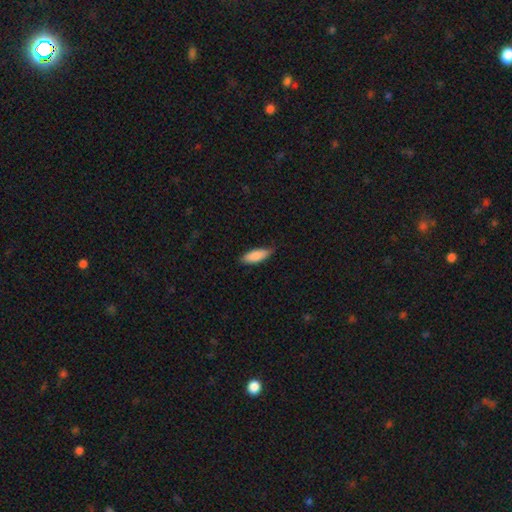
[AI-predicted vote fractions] A smooth galaxy with no disk features (87%) that is in between round and cigar-shaped (66%).

Vote fractions:
- Smooth or featured? smooth: 87% / featured or disk: 7% / star or artifact: 6%
- How rounded? in between: 66% / cigar-shaped: 33% / round: 2%
- Merging? none: 74% / minor disturbance: 22% / major disturbance: 3% / merger: 1%